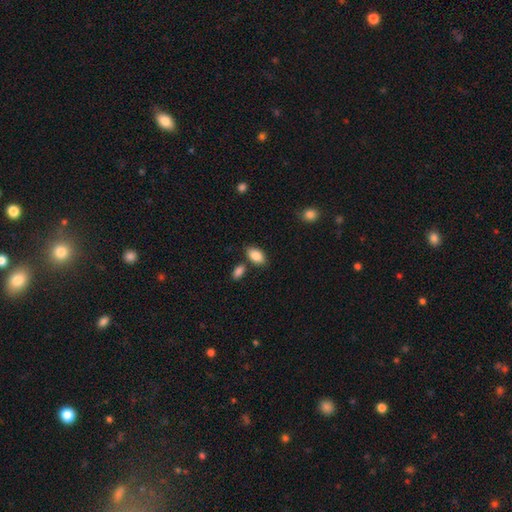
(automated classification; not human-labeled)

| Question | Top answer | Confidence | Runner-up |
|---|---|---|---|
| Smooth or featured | smooth | 87% | star or artifact (7%) |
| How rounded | in between | 92% | round (5%) |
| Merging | none | 76% | minor disturbance (12%) |